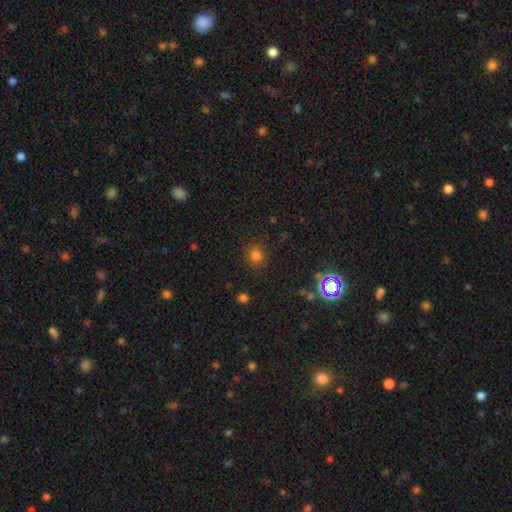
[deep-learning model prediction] Smooth or featured: smooth — 77% (star or artifact — 18%)
How rounded: round — 87% (in between — 12%)
Merging: none — 87% (minor disturbance — 8%)